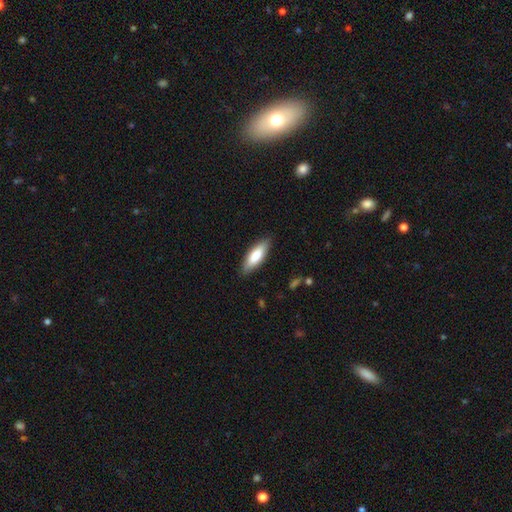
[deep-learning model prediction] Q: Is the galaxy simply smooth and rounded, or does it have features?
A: smooth — 79%.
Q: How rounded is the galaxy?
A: in between — 59%.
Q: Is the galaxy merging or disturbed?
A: none — 87%.